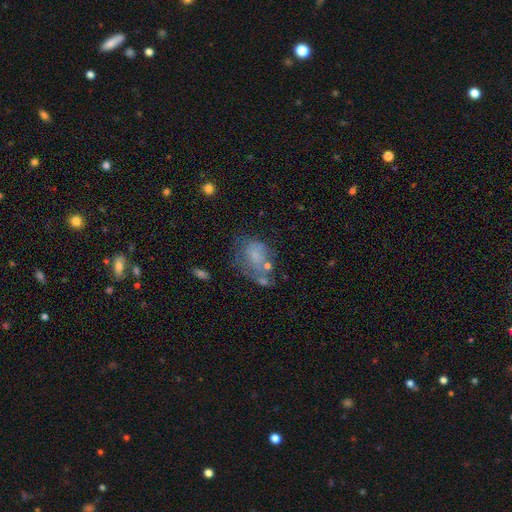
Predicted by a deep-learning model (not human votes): Morphology: type=smooth (56%); roundness=in between (72%); merging=none (33%).